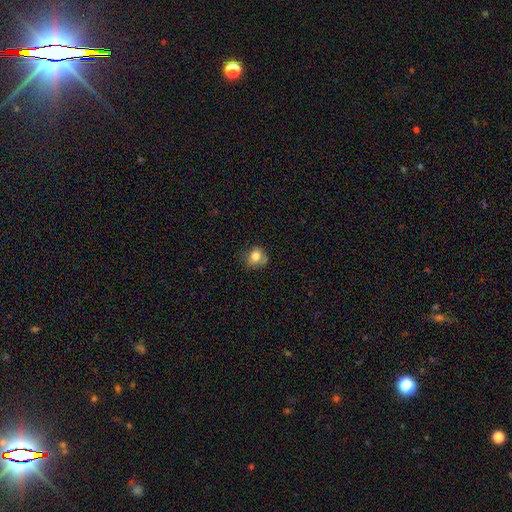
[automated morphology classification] A smooth galaxy with no disk features (79%) that is round (74%). Merging: none (57%).